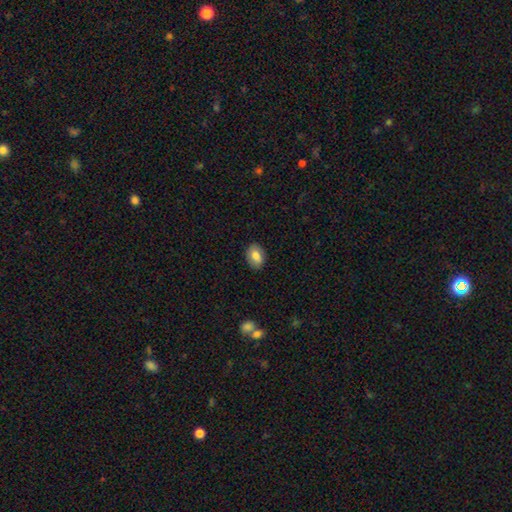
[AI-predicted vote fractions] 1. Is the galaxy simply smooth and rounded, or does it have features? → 78% smooth, 14% featured or disk, 8% star or artifact.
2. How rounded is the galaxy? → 74% in between, 25% round, 1% cigar-shaped.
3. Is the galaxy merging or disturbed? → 87% none, 9% minor disturbance, 2% major disturbance, 1% merger.